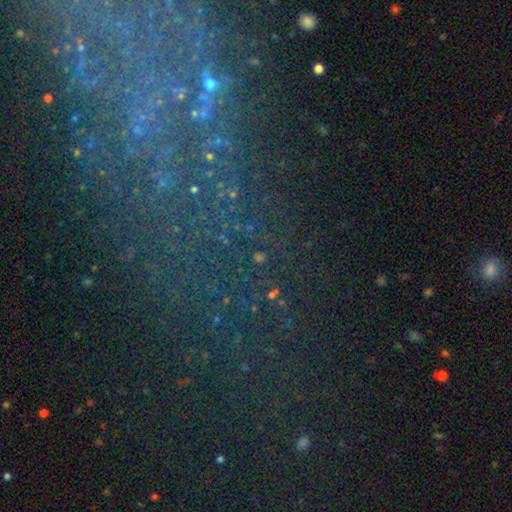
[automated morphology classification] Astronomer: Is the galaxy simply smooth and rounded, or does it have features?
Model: star or artifact — 73%.